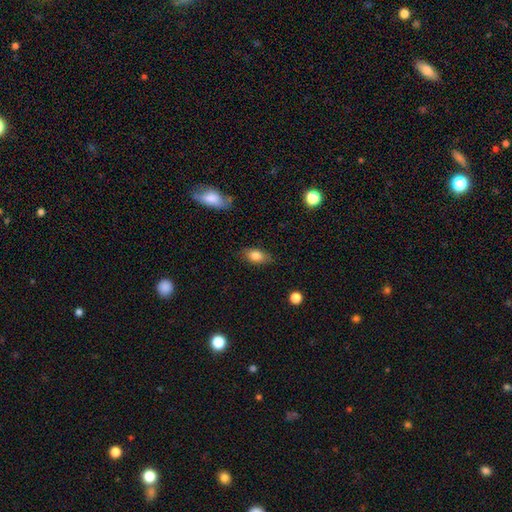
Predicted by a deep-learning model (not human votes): Smooth or featured?
  - smooth: 82% *
  - featured or disk: 10%
  - star or artifact: 8%
How rounded?
  - in between: 86% *
  - round: 9%
  - cigar-shaped: 5%
Merging?
  - none: 81% *
  - minor disturbance: 15%
  - major disturbance: 3%
  - merger: 1%